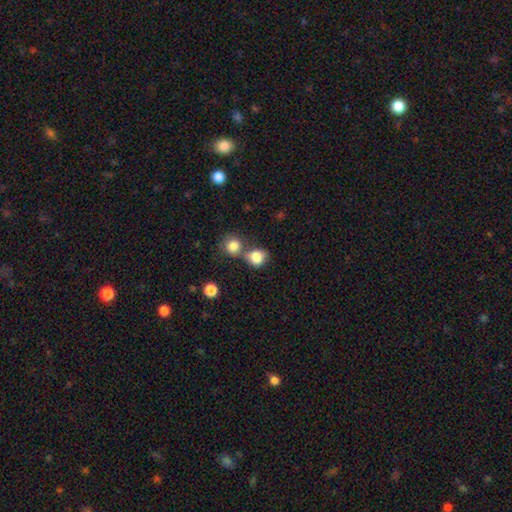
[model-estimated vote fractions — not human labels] This is clearly a smooth galaxy (83%). How rounded: likely round (62%). Merging: marginally merger (43%).